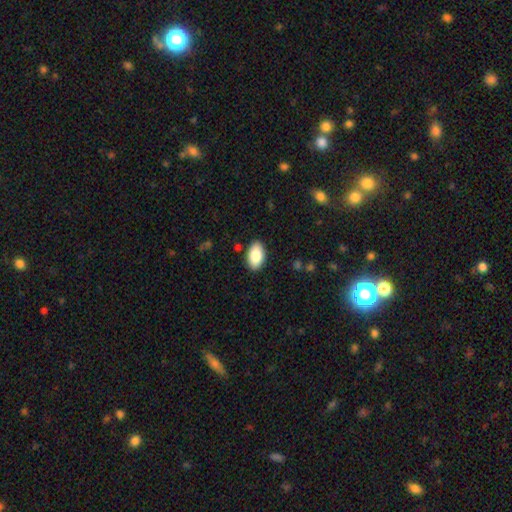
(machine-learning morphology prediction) smooth 85%, featured or disk 9%, star or artifact 6%. Down the decision tree: how rounded — in between (94%); merging — none (88%).